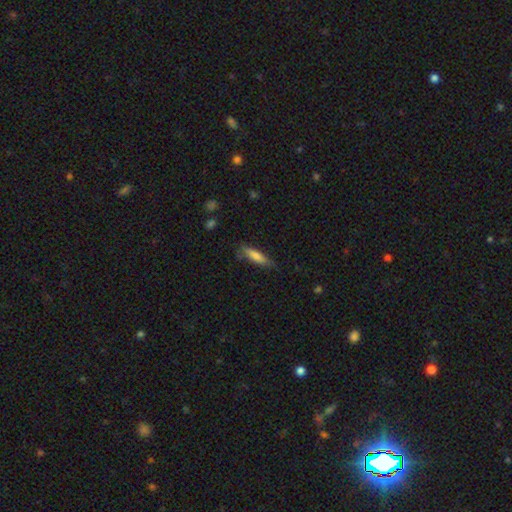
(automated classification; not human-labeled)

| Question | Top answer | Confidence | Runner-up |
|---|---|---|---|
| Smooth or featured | smooth | 72% | featured or disk (21%) |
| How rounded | cigar-shaped | 73% | in between (25%) |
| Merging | none | 73% | minor disturbance (20%) |